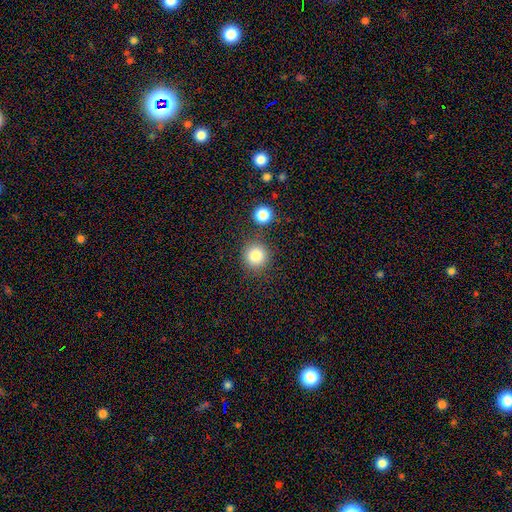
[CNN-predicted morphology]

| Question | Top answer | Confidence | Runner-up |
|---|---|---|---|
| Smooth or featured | smooth | 83% | star or artifact (11%) |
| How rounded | round | 93% | in between (6%) |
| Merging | none | 80% | merger (9%) |